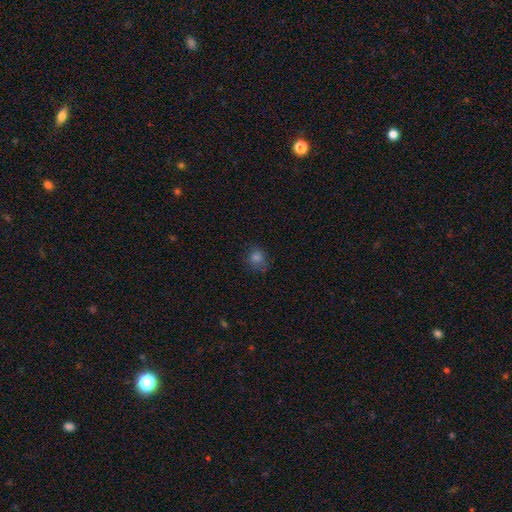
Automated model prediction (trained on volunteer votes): Q: Smooth or featured?
A: smooth (71%); runner-up: star or artifact (21%)
Q: How rounded?
A: round (77%); runner-up: in between (22%)
Q: Merging?
A: none (75%); runner-up: minor disturbance (17%)